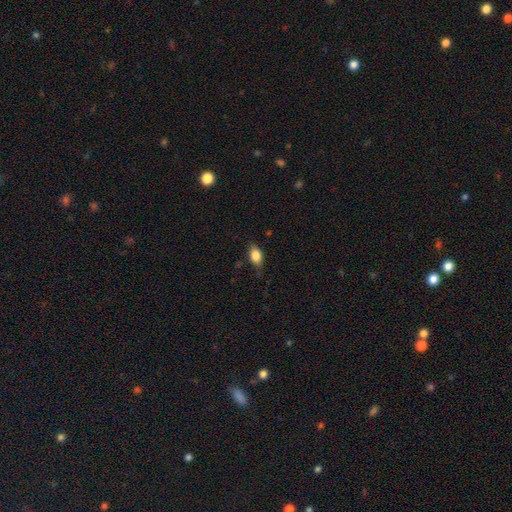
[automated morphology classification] This is clearly a smooth galaxy (81%). How rounded: clearly in between (85%). Merging: likely none (73%).